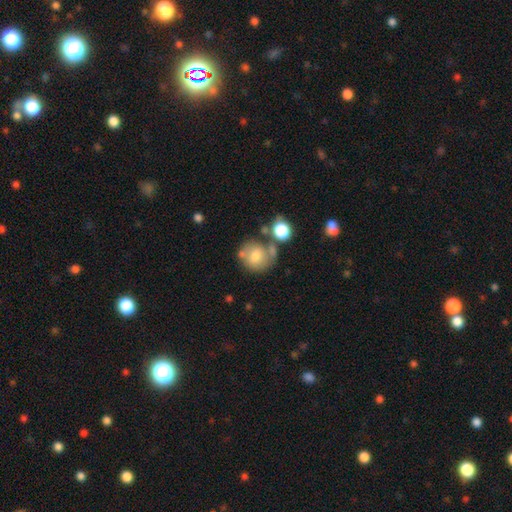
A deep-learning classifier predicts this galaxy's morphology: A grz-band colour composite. It shows a smooth galaxy with no disk features (64%) that is round (81%). Merging: none (54%).